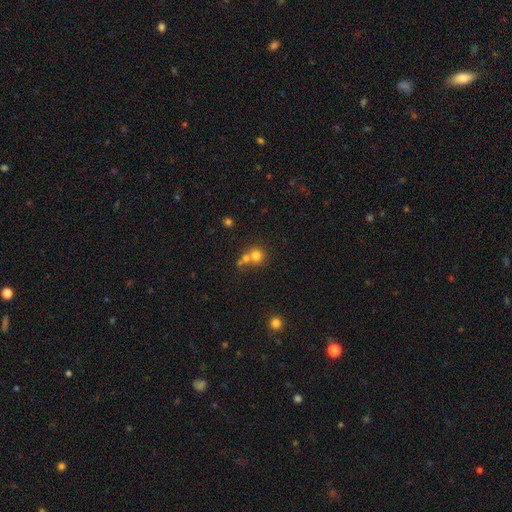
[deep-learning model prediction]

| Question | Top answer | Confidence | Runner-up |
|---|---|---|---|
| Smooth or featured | smooth | 75% | star or artifact (13%) |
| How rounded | round | 86% | in between (13%) |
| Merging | merger | 44% | tied: none (44%) |